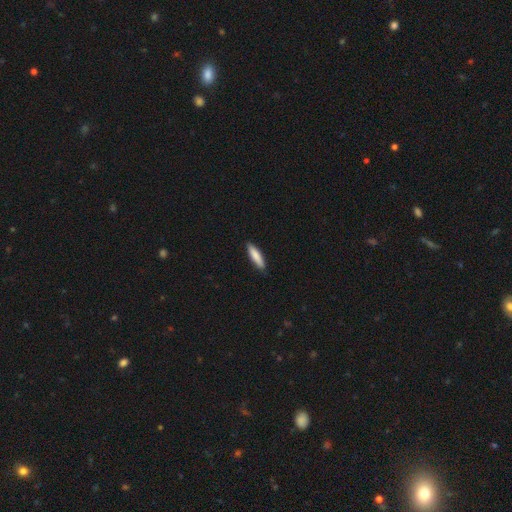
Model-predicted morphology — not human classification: Smooth or featured: smooth — 85% (featured or disk — 10%)
How rounded: cigar-shaped — 73% (in between — 26%)
Merging: none — 88% (minor disturbance — 9%)